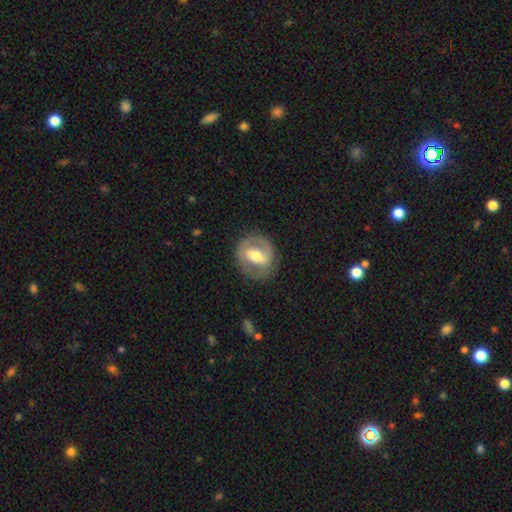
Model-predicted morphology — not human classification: This appears to be a featured or disk galaxy (66%) with a strong bar (43%), spiral arms (58%) and a moderate central bulge (68%). Merging: none (79%).